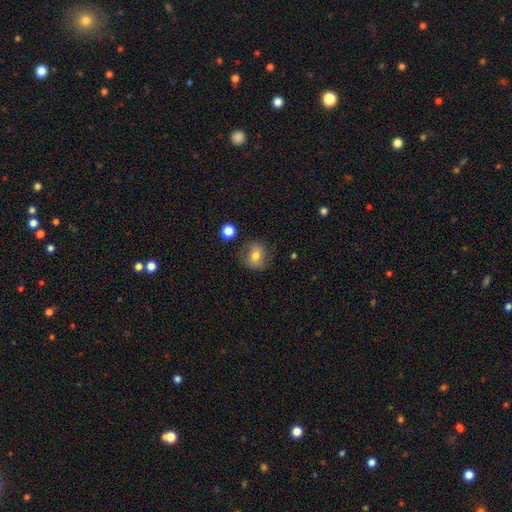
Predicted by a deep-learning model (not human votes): smooth 70%, featured or disk 20%, star or artifact 10%. Down the decision tree: how rounded — round (71%); merging — none (77%).